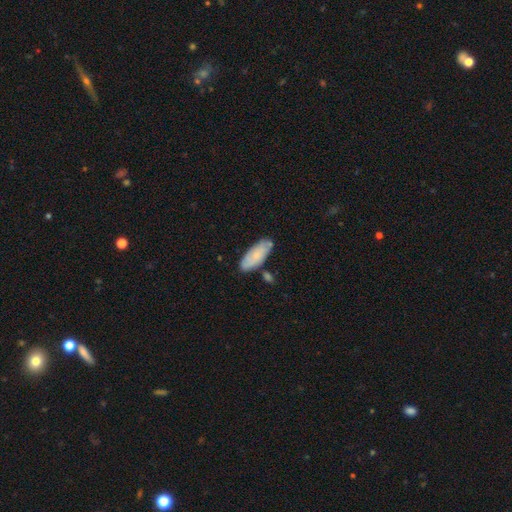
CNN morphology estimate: A smooth galaxy with no disk features (70%) that is in between round and cigar-shaped (82%). Merging: none (71%).